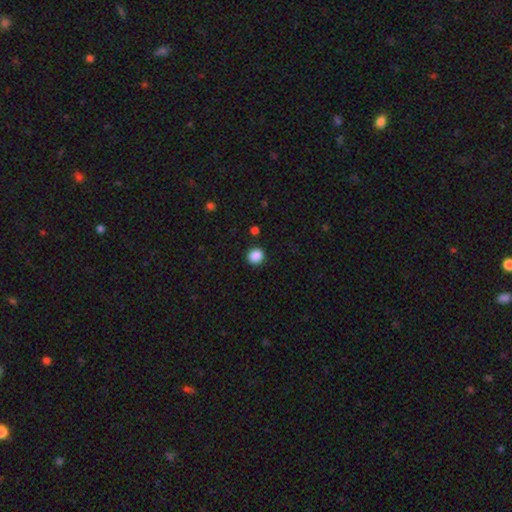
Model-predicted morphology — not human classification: This is clearly a smooth galaxy (88%). How rounded: clearly round (86%). Merging: clearly none (90%).